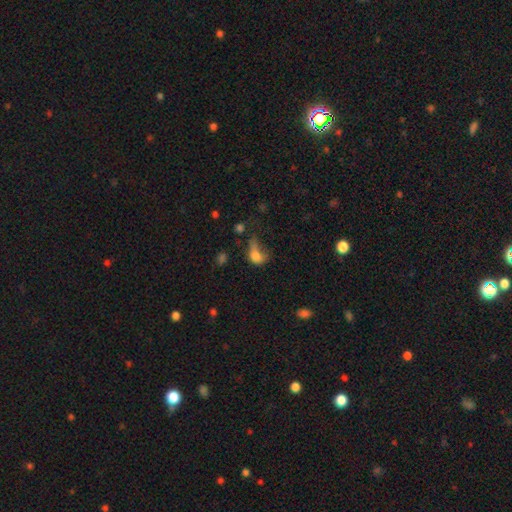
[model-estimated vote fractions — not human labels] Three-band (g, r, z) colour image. It shows a smooth galaxy with no disk features (70%) that is in between round and cigar-shaped (70%). Merging: major disturbance (46%).